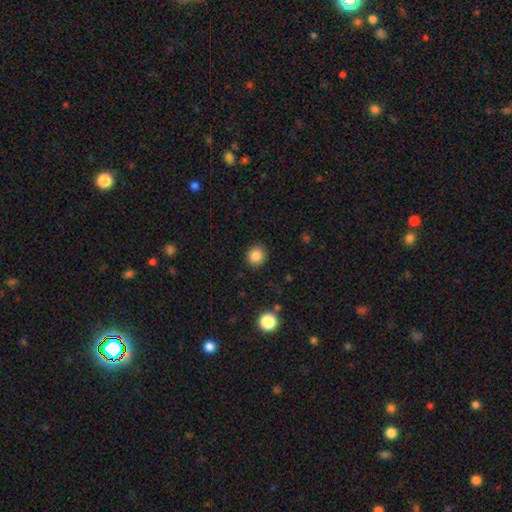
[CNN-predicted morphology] This is clearly a smooth galaxy (86%). How rounded: clearly round (89%). Merging: clearly none (90%).